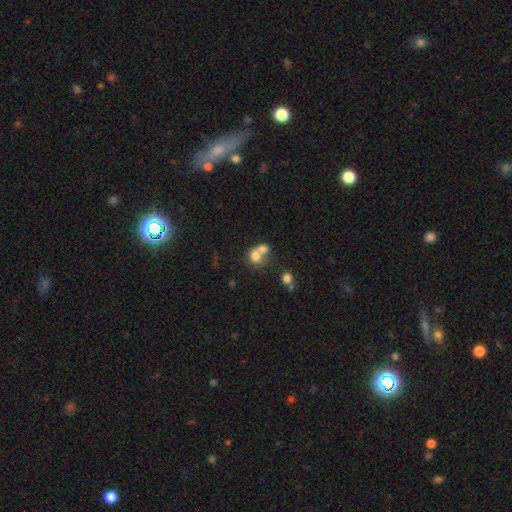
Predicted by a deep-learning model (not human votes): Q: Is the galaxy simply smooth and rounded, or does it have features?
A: smooth — 72%.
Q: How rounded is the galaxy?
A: round — 68%.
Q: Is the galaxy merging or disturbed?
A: merger — 62%.